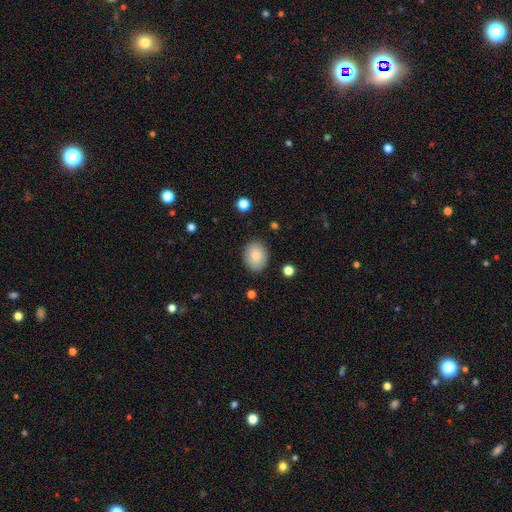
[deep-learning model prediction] Q: Smooth or featured?
A: smooth (82%); runner-up: featured or disk (10%)
Q: How rounded?
A: round (51%); runner-up: in between (48%)
Q: Merging?
A: none (87%); runner-up: minor disturbance (9%)